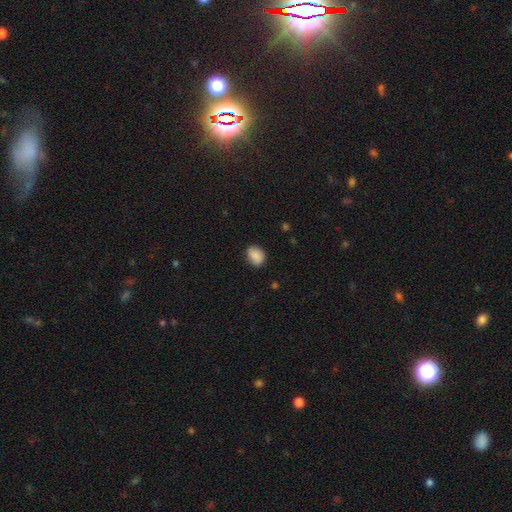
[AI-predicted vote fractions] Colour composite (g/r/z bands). It shows a smooth galaxy with no disk features (88%) that is in between round and cigar-shaped (61%). Merging: none (80%).